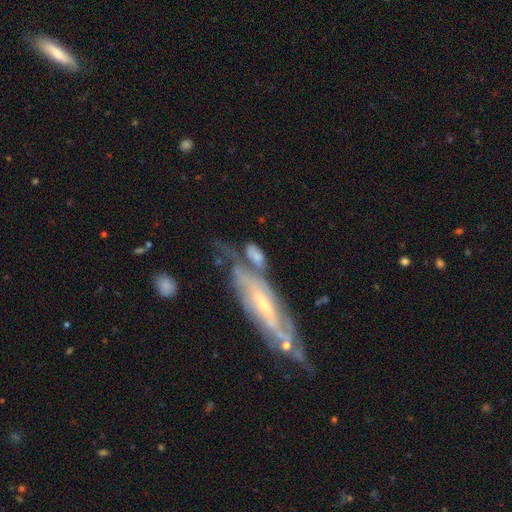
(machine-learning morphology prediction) Smooth or featured?
  - smooth: 51% *
  - featured or disk: 41%
  - star or artifact: 8%
How rounded?
  - in between: 74% *
  - cigar-shaped: 20%
  - round: 6%
Merging?
  - merger: 43% *
  - none: 26%
  - major disturbance: 15%
  - minor disturbance: 15%